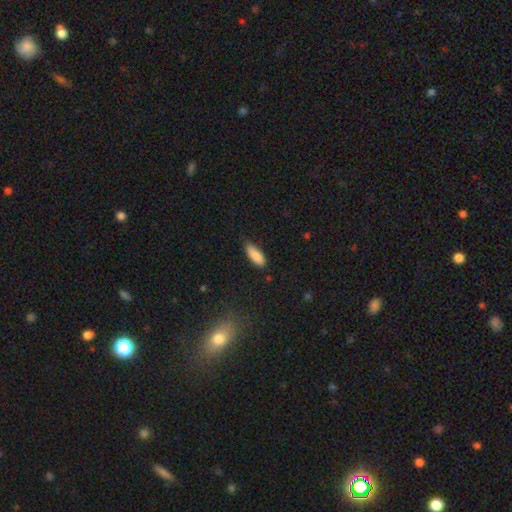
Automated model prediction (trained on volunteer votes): A smooth galaxy with no disk features (87%) that is in between round and cigar-shaped (66%).

Vote fractions:
- Smooth or featured? smooth: 87% / star or artifact: 7% / featured or disk: 6%
- How rounded? in between: 66% / cigar-shaped: 32% / round: 2%
- Merging? none: 75% / minor disturbance: 20% / major disturbance: 3% / merger: 1%